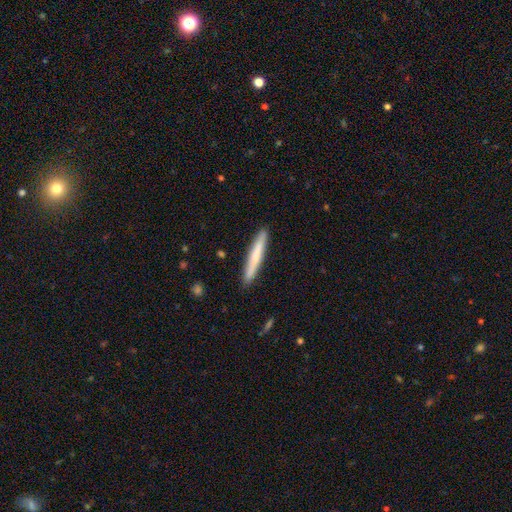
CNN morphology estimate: Smooth or featured? Predicted: smooth (p=0.69). How rounded? Predicted: cigar-shaped (p=0.96). Merging? Predicted: none (p=0.90).